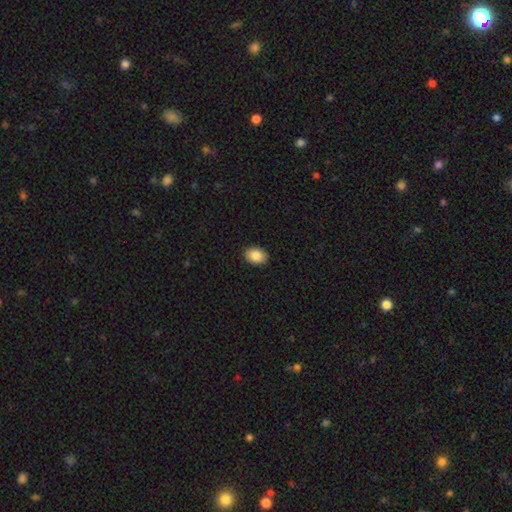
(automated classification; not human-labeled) Smooth or featured: smooth — 86% (star or artifact — 8%)
How rounded: in between — 79% (round — 20%)
Merging: none — 90% (minor disturbance — 7%)